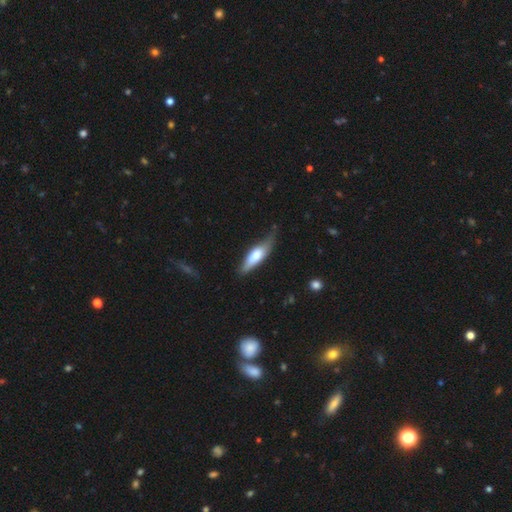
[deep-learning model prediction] Morphology: type=smooth (63%); roundness=cigar-shaped (57%); merging=none (62%).